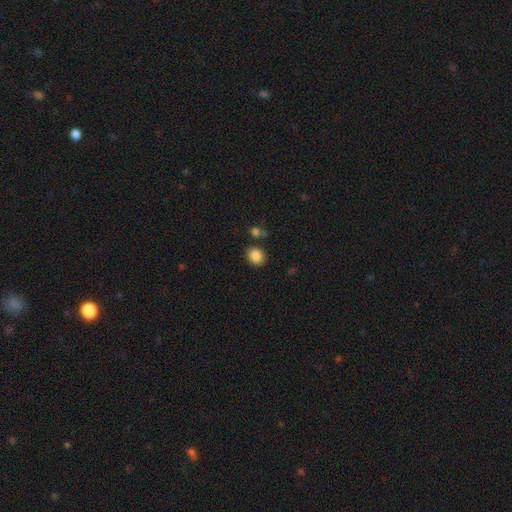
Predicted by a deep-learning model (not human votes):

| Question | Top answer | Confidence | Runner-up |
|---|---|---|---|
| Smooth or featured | smooth | 85% | star or artifact (10%) |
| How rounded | round | 68% | in between (31%) |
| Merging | none | 82% | minor disturbance (9%) |